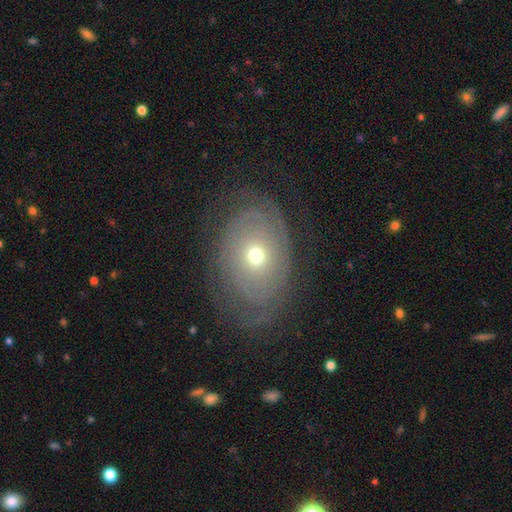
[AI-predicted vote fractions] featured or disk 66%, smooth 25%, star or artifact 9%. Down the decision tree: edge-on disk — no (94%); bar — no (84%); spiral arms — yes (73%); bulge size — moderate (48%); merging — none (70%).